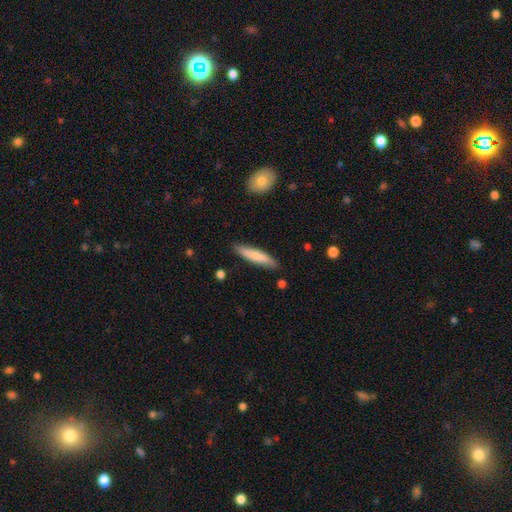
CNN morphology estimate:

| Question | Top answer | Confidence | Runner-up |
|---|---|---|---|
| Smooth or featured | smooth | 75% | featured or disk (20%) |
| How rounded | cigar-shaped | 85% | in between (14%) |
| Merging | none | 87% | minor disturbance (10%) |